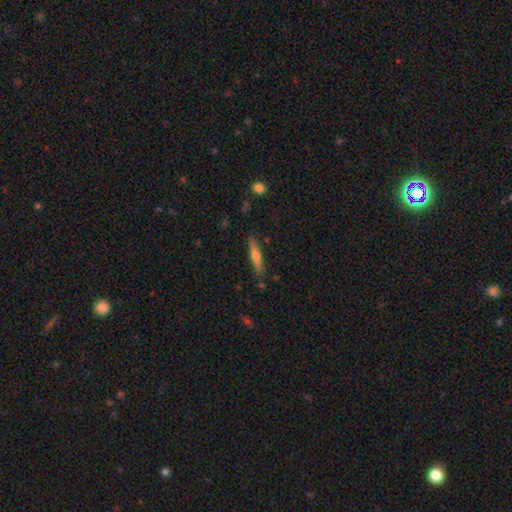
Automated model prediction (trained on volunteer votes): Smooth or featured?
  - smooth: 52% *
  - featured or disk: 42%
  - star or artifact: 6%
How rounded?
  - cigar-shaped: 87% *
  - in between: 11%
  - round: 2%
Merging?
  - none: 85% *
  - minor disturbance: 10%
  - major disturbance: 2%
  - merger: 2%